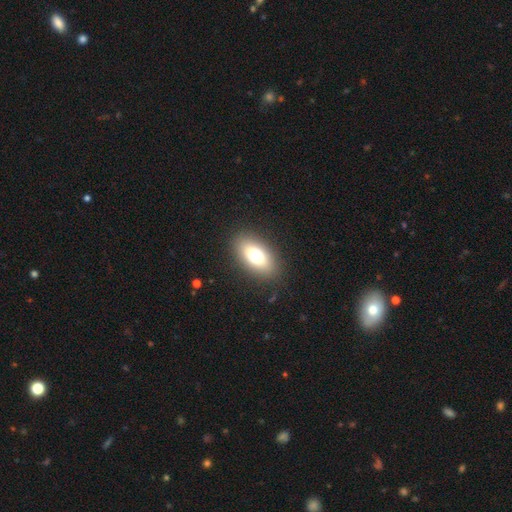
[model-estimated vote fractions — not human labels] Q: Smooth or featured?
A: smooth (73%); runner-up: featured or disk (17%)
Q: How rounded?
A: in between (87%); runner-up: round (8%)
Q: Merging?
A: none (87%); runner-up: minor disturbance (9%)